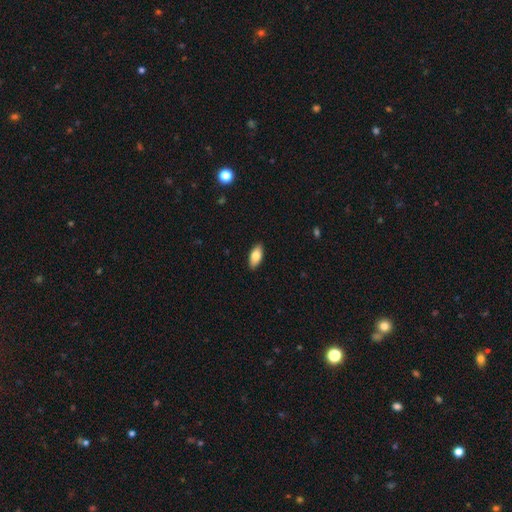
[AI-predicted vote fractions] Smooth or featured? Predicted: smooth (p=0.82). How rounded? Predicted: in between (p=0.89). Merging? Predicted: none (p=0.89).